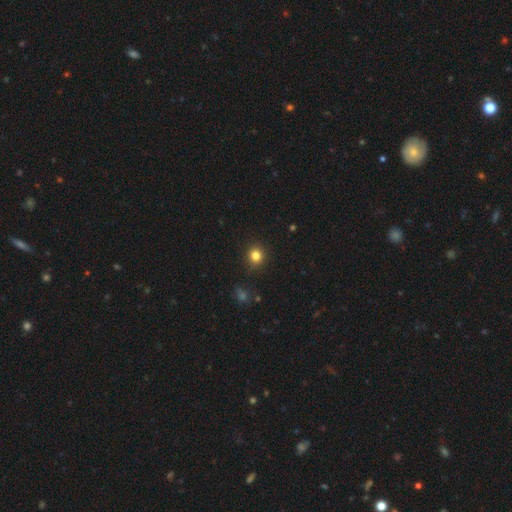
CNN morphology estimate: smooth_or_featured: smooth (p=0.82) [alt: star or artifact p=0.13]
how_rounded: round (p=0.89) [alt: in between p=0.10]
merging: none (p=0.88) [alt: minor disturbance p=0.08]